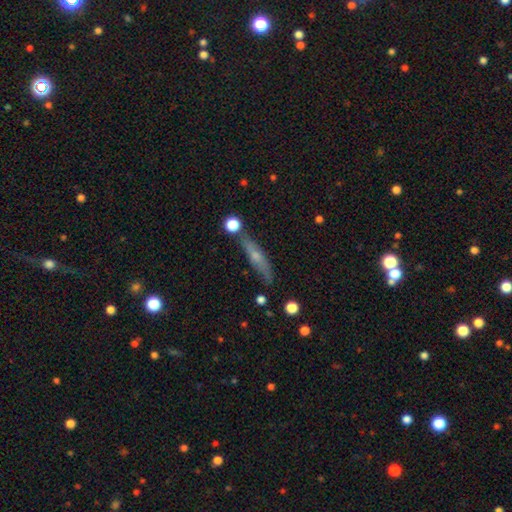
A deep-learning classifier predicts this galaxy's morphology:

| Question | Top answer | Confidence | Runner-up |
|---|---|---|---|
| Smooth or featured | featured or disk | 48% | smooth (43%) |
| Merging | none | 74% | minor disturbance (16%) |